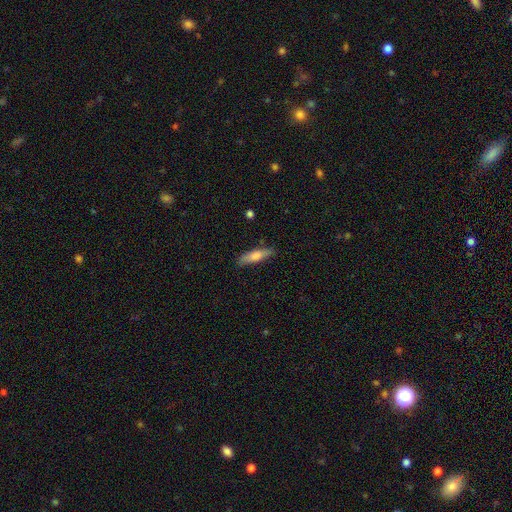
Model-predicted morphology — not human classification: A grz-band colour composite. It shows a smooth galaxy with no disk features (63%) that is cigar-shaped (75%). Merging: none (85%).